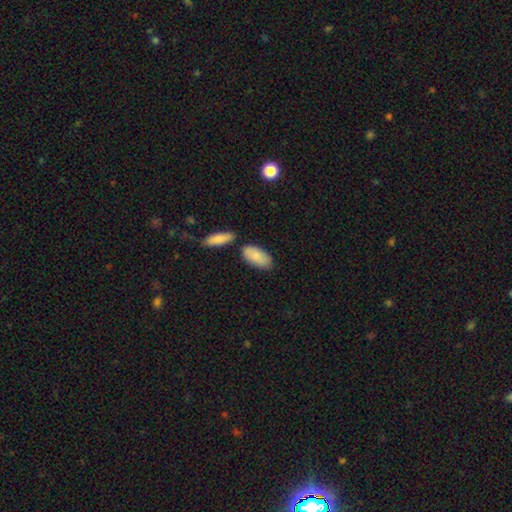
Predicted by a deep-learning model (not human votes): smooth-or-featured: smooth: 84% | featured or disk: 11% | star or artifact: 5%
  how-rounded: in between: 91% | cigar-shaped: 7% | round: 2%
  merging: none: 72% | minor disturbance: 14% | merger: 11% | major disturbance: 3%